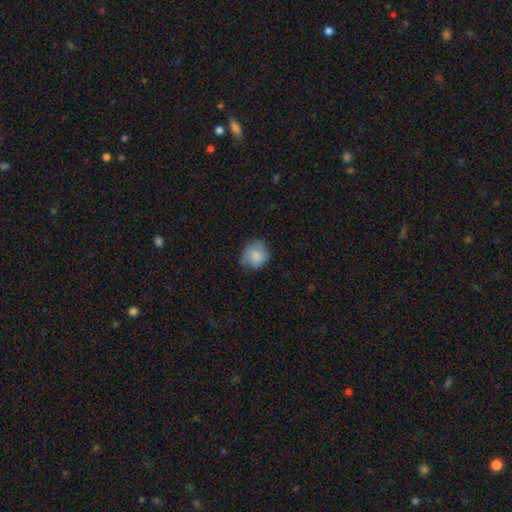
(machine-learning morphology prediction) Overall: smooth (79%). How rounded: round (78%). Merging: none (62%; minor disturbance 30%).